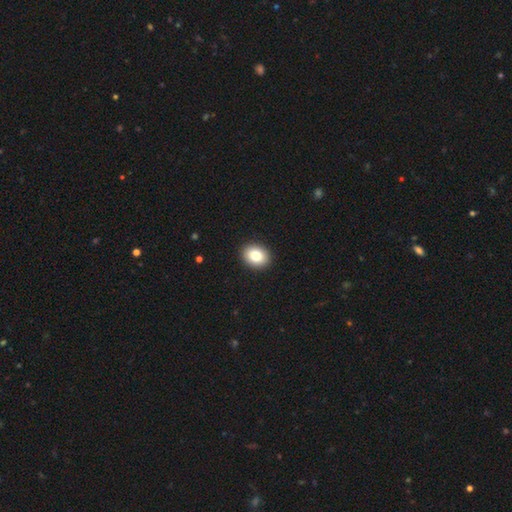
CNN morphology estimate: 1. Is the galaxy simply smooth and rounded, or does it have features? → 82% smooth, 10% featured or disk, 9% star or artifact.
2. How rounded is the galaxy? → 57% in between, 42% round, 1% cigar-shaped.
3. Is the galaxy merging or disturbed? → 92% none, 6% minor disturbance, 2% major disturbance, 1% merger.